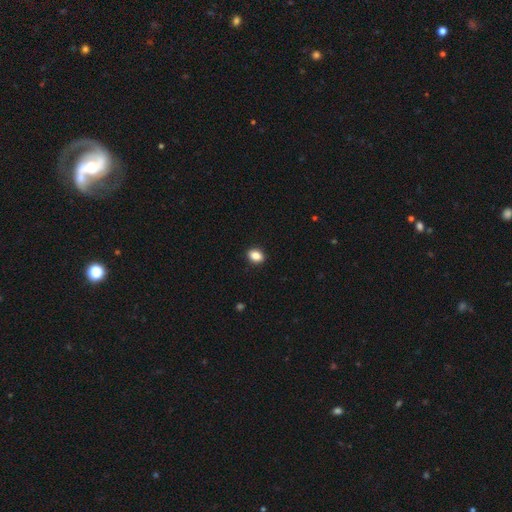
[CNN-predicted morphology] type=smooth (87%); roundness=in between (66%); merging=none (91%).